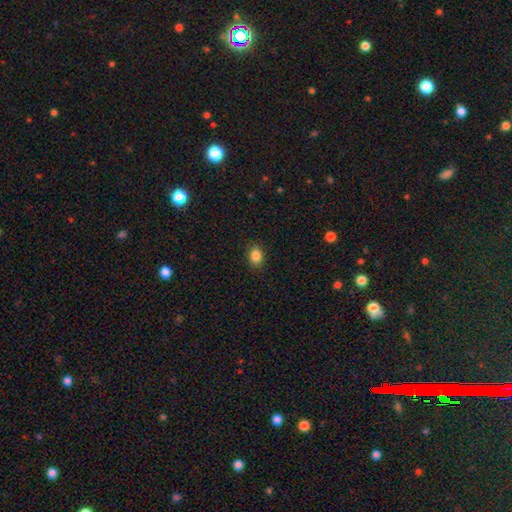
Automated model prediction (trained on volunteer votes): Morphology: type=smooth (86%); roundness=in between (64%); merging=none (88%).